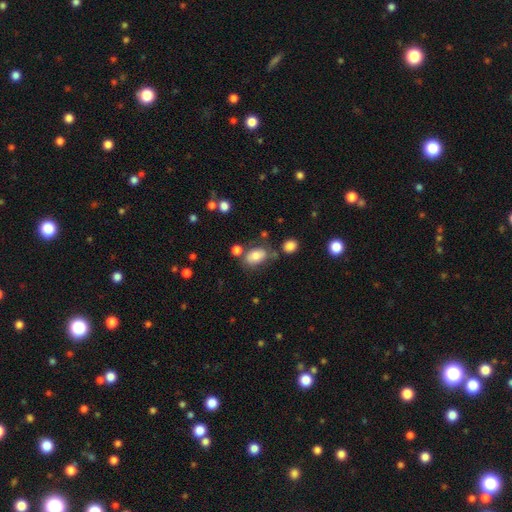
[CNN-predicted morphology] A smooth galaxy with no disk features (78%) that is in between round and cigar-shaped (86%). Merging: none (63%).